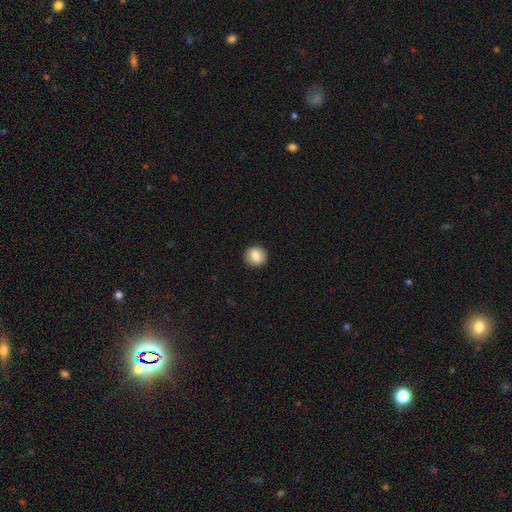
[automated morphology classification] smooth_or_featured: smooth (p=0.85) [alt: star or artifact p=0.08]
how_rounded: round (p=0.91) [alt: in between p=0.08]
merging: none (p=0.92) [alt: minor disturbance p=0.06]